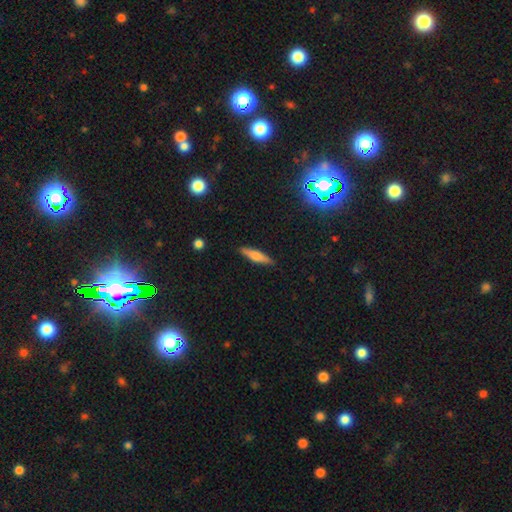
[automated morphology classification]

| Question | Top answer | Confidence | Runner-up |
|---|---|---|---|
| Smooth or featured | smooth | 57% | featured or disk (36%) |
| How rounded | cigar-shaped | 79% | in between (19%) |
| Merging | none | 89% | minor disturbance (8%) |